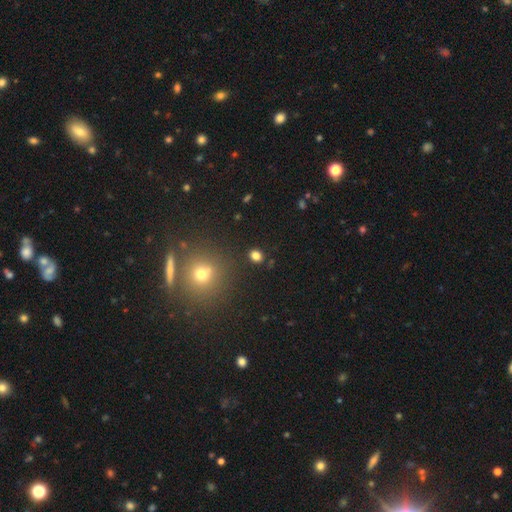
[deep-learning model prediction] The model was most divided on "how rounded": round: 52%, in between: 47%, cigar-shaped: 1%. More confident: merging — none (88%); smooth or featured — smooth (80%).